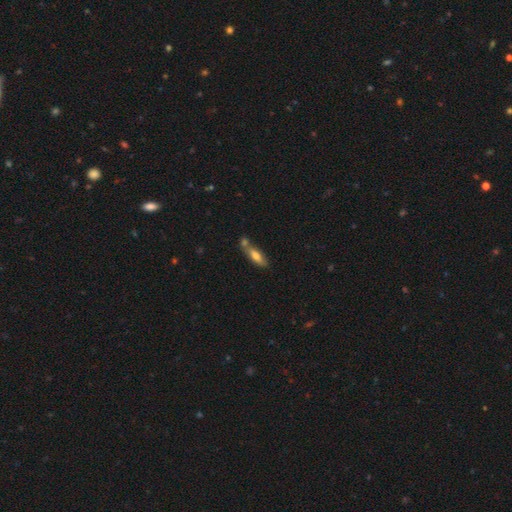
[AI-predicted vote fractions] A smooth galaxy with no disk features (65%) that is cigar-shaped (52%). Merging: none (53%).